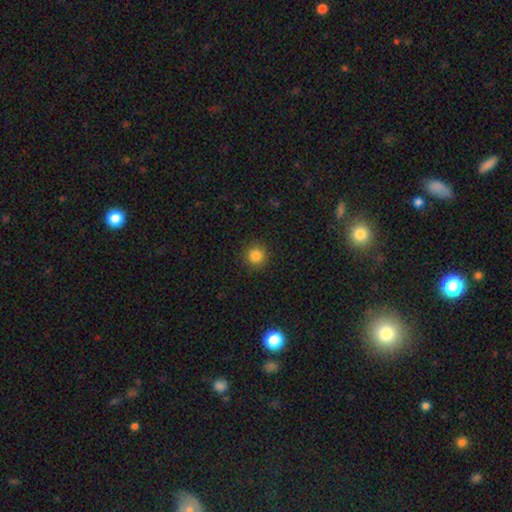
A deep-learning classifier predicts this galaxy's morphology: This is clearly a smooth galaxy (84%). How rounded: clearly round (94%). Merging: clearly none (90%).